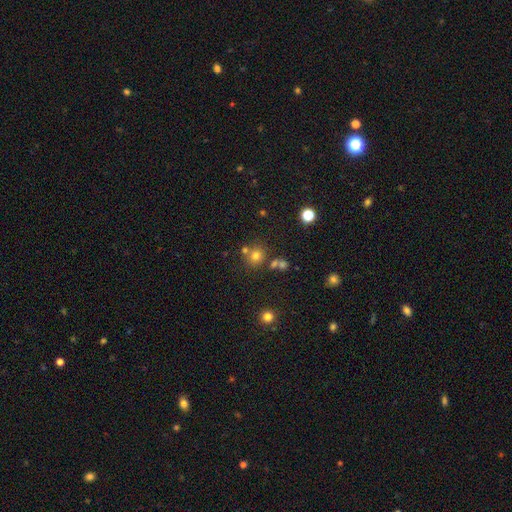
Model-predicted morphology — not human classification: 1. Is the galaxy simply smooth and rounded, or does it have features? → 70% smooth, 19% star or artifact, 10% featured or disk.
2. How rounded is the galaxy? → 87% round, 12% in between, 1% cigar-shaped.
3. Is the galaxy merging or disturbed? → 68% none, 19% merger, 9% minor disturbance, 4% major disturbance.